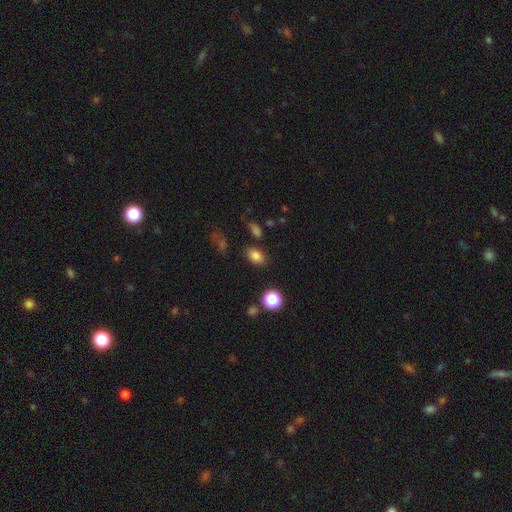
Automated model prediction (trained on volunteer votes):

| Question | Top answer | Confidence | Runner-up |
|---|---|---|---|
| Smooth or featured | smooth | 82% | star or artifact (13%) |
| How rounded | in between | 82% | round (17%) |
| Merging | none | 82% | minor disturbance (11%) |